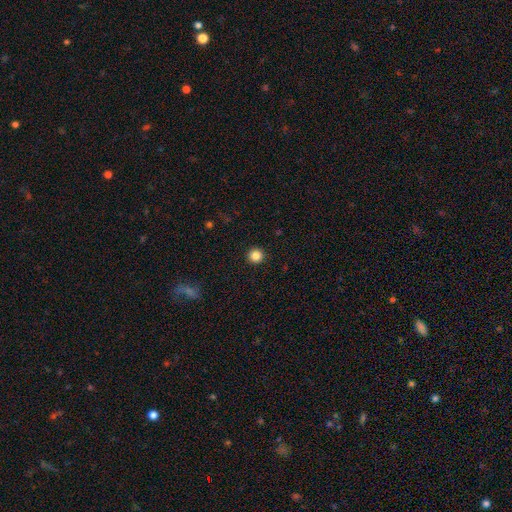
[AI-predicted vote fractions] This appears to be a smooth galaxy with no disk features (84%) that is round (95%). Merging: none (93%).